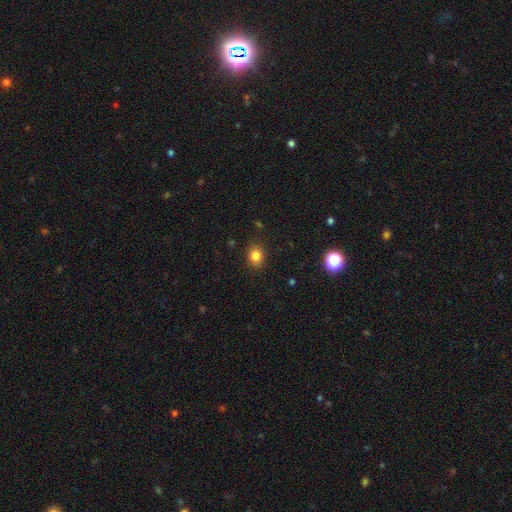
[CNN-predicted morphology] smooth-or-featured: smooth: 83% | star or artifact: 12% | featured or disk: 6%
  how-rounded: round: 50% | in between: 49% | cigar-shaped: 1%
  merging: none: 86% | minor disturbance: 10% | major disturbance: 3% | merger: 1%